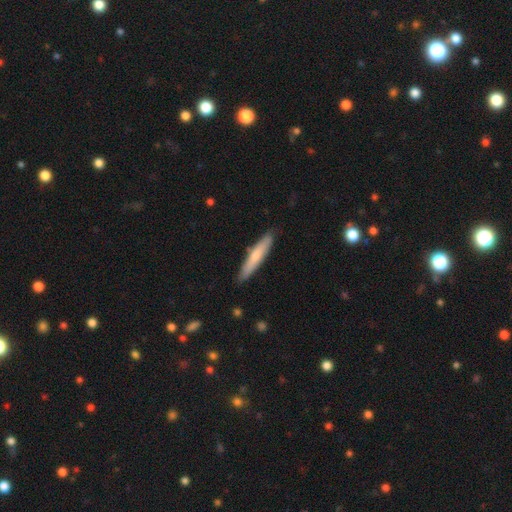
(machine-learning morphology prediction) Smooth or featured?
  - smooth: 65% *
  - featured or disk: 30%
  - star or artifact: 5%
How rounded?
  - cigar-shaped: 90% *
  - in between: 9%
  - round: 1%
Merging?
  - none: 87% *
  - minor disturbance: 10%
  - major disturbance: 2%
  - merger: 1%